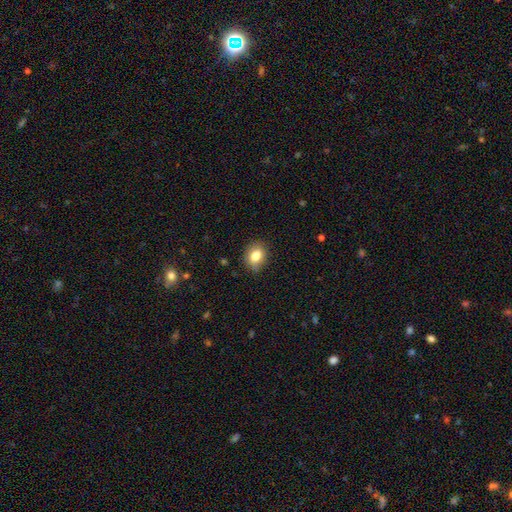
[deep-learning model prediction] This appears to be a smooth galaxy with no disk features (81%) that is in between round and cigar-shaped (53%). Merging: none (78%).